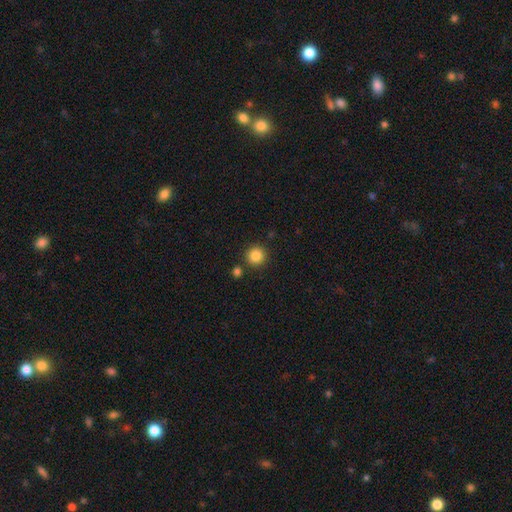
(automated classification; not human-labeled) smooth 86%, star or artifact 10%, featured or disk 4%. Down the decision tree: how rounded — round (95%); merging — none (86%).